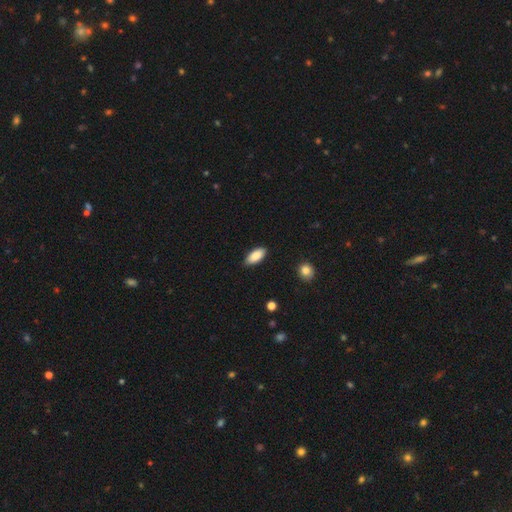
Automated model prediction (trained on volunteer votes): The model was most divided on "merging": none: 86%, minor disturbance: 11%, major disturbance: 2%, merger: 1%. More confident: how rounded — in between (89%); smooth or featured — smooth (86%).